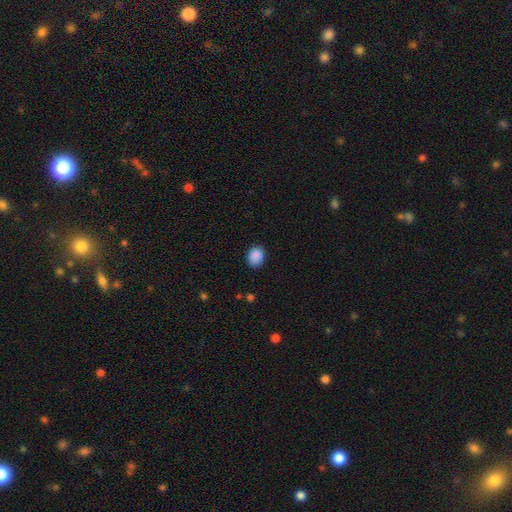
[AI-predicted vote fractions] Smooth or featured? smooth (89%)
How rounded? in between (54%)
Merging? none (84%)